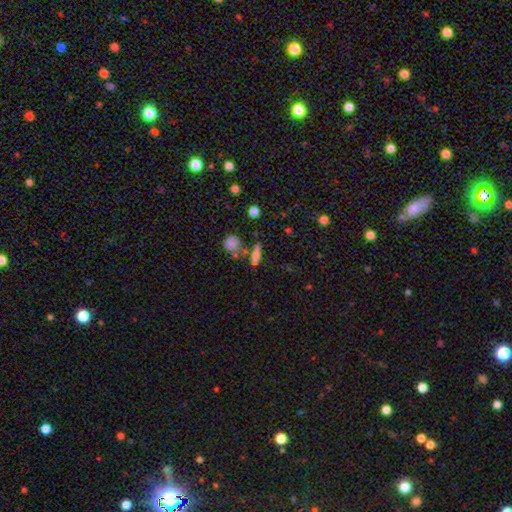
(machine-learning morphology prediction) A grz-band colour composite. It shows a smooth galaxy with no disk features (65%) that is cigar-shaped (54%). Merging: none (61%).